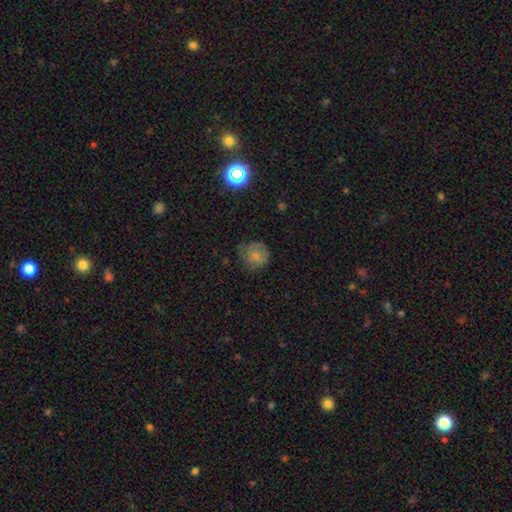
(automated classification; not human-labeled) A smooth galaxy with no disk features (75%) that is round (84%).

Vote fractions:
- Smooth or featured? smooth: 75% / featured or disk: 14% / star or artifact: 11%
- How rounded? round: 84% / in between: 16% / cigar-shaped: 1%
- Merging? none: 56% / minor disturbance: 31% / major disturbance: 11% / merger: 2%